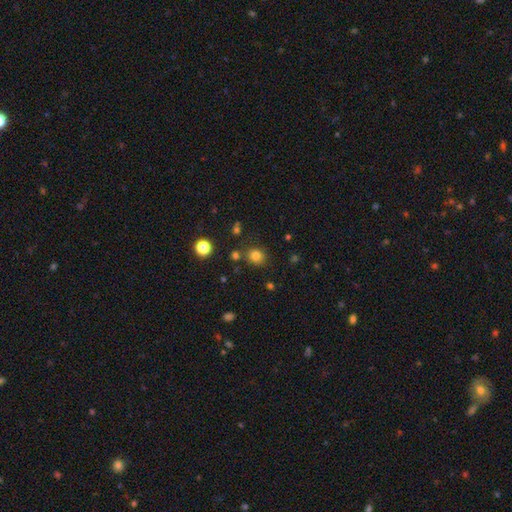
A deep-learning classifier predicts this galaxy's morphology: type=smooth (79%); roundness=round (77%); merging=none (79%).